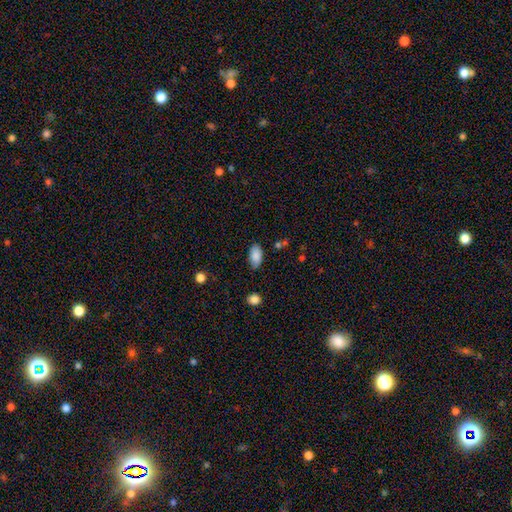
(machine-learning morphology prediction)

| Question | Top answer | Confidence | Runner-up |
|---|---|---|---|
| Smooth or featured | smooth | 86% | star or artifact (7%) |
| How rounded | in between | 94% | round (3%) |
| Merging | none | 76% | minor disturbance (19%) |